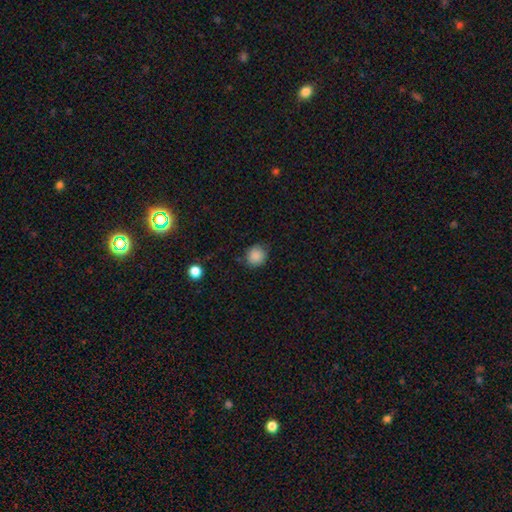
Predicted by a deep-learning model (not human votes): Smooth or featured? smooth (87%)
How rounded? round (84%)
Merging? none (80%)